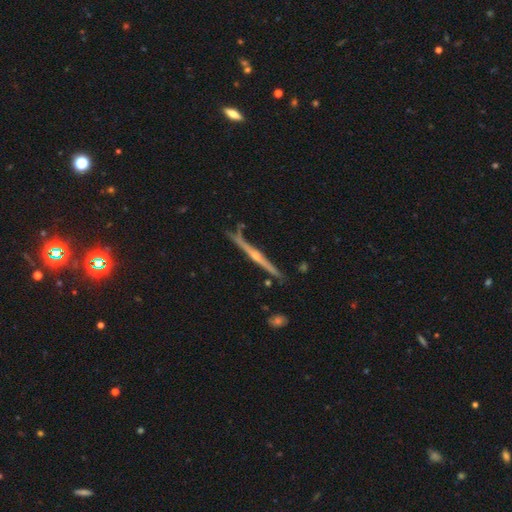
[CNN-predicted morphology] featured or disk 83%, smooth 12%, star or artifact 5%. Down the decision tree: edge-on disk — yes (98%); edge-on bulge — rounded (80%); merging — none (84%).